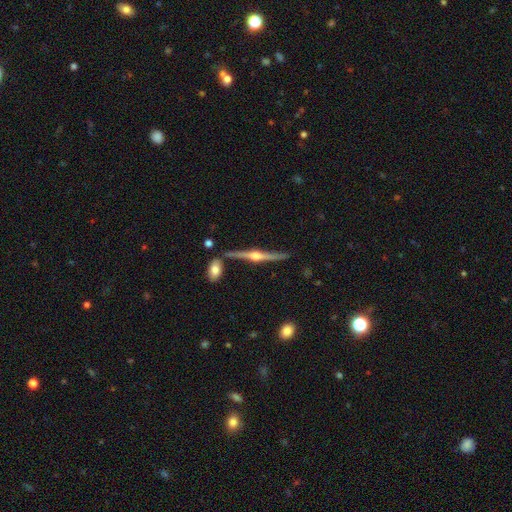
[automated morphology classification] type=featured or disk (84%); edge-on=yes (98%); edge-on bulge=rounded (94%); merging=none (83%).